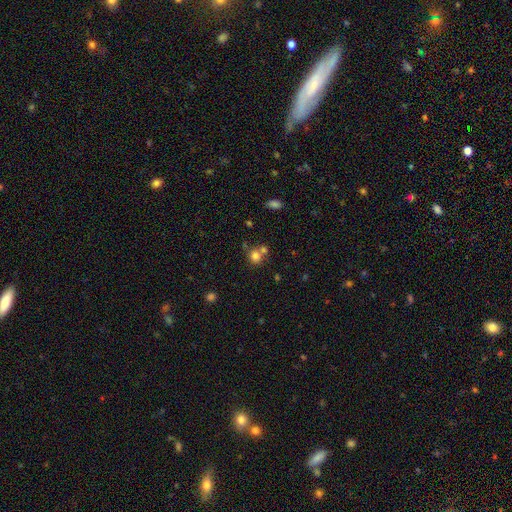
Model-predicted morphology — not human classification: Smooth or featured?
  - smooth: 79% *
  - star or artifact: 13%
  - featured or disk: 8%
How rounded?
  - round: 79% *
  - in between: 20%
  - cigar-shaped: 1%
Merging?
  - none: 51% *
  - merger: 36%
  - minor disturbance: 9%
  - major disturbance: 4%